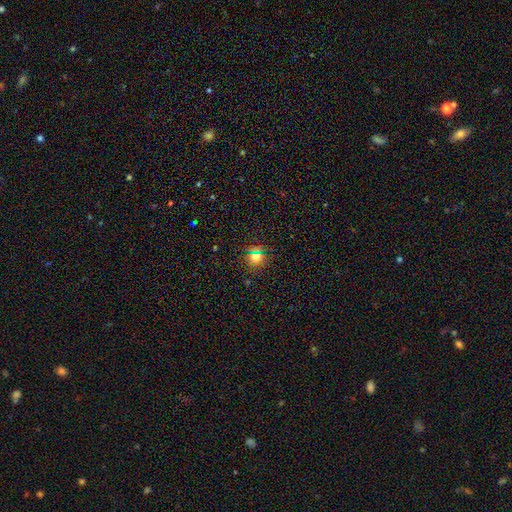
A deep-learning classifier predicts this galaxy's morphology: type=smooth (65%); roundness=round (93%); merging=none (87%).